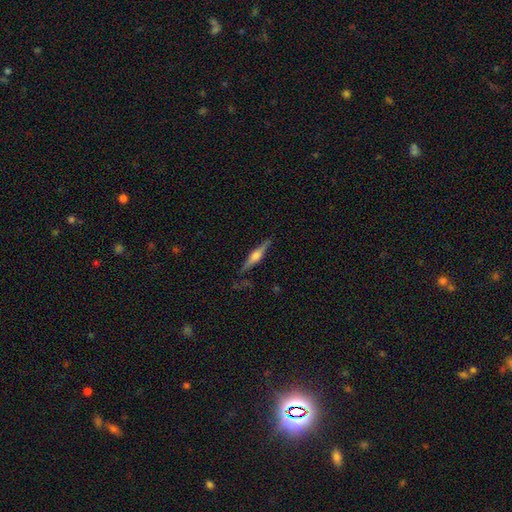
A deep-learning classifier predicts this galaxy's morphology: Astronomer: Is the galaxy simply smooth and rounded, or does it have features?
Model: featured or disk — 68%.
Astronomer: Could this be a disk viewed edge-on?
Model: yes — 97%.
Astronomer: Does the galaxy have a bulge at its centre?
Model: rounded — 79%.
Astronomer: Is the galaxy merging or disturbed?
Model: none — 84%.